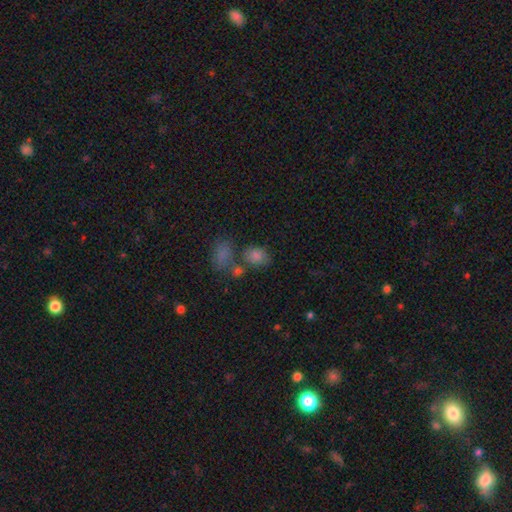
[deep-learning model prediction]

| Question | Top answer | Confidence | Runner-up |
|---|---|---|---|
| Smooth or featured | smooth | 77% | star or artifact (15%) |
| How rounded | in between | 49% | tied: round (49%) |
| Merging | none | 56% | merger (25%) |